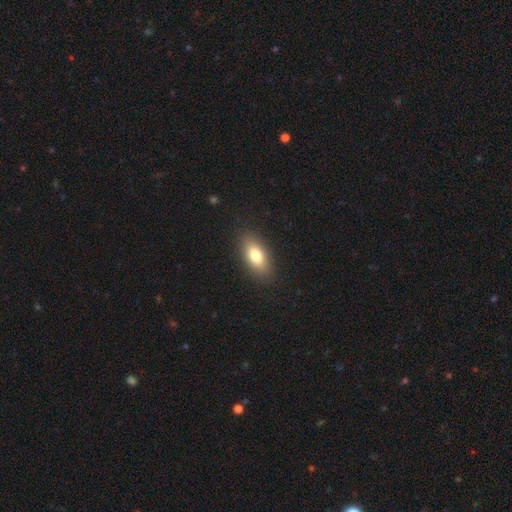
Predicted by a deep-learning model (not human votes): smooth_or_featured: smooth (p=0.77) [alt: featured or disk p=0.15]
how_rounded: in between (p=0.85) [alt: cigar-shaped p=0.10]
merging: none (p=0.88) [alt: minor disturbance p=0.09]